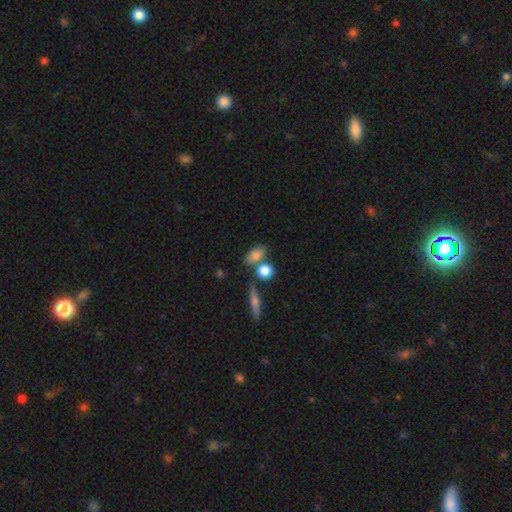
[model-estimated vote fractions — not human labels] Morphology: type=smooth (80%); roundness=in between (74%); merging=none (59%).